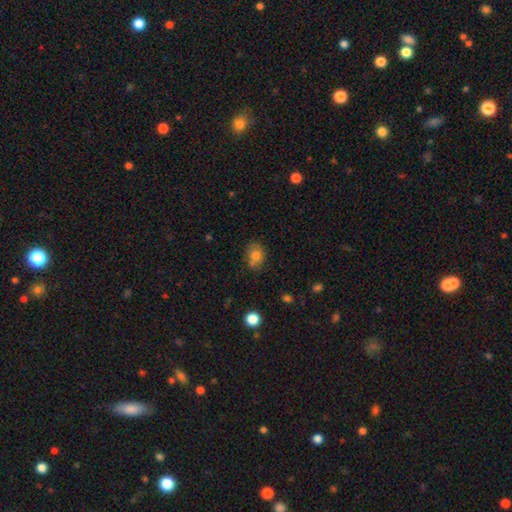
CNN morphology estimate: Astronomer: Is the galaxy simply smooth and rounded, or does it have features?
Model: smooth — 77%.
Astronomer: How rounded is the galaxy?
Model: round — 50% (runner-up: in between, 49%).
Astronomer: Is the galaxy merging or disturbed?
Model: none — 66%.